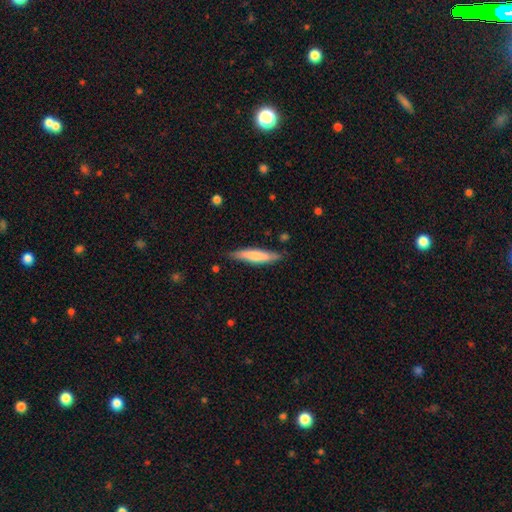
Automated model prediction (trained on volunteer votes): This is likely a smooth galaxy (71%). How rounded: clearly cigar-shaped (84%). Merging: clearly none (82%).